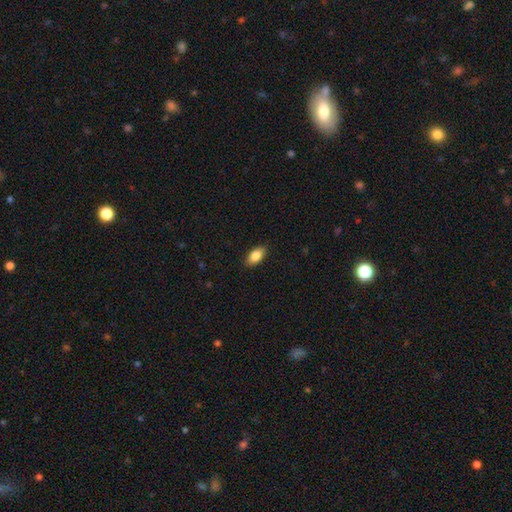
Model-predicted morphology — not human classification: This appears to be a smooth galaxy with no disk features (85%) that is in between round and cigar-shaped (92%). Merging: none (89%).